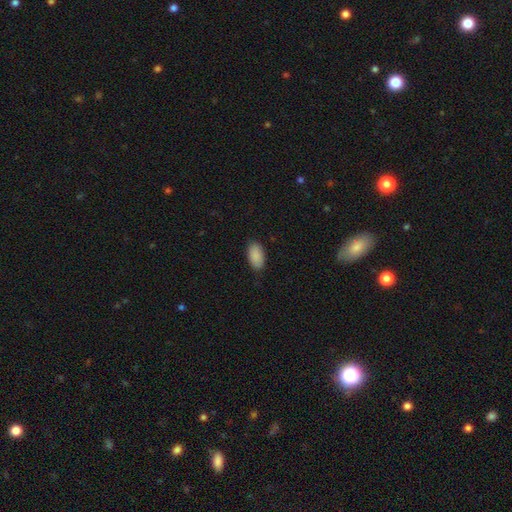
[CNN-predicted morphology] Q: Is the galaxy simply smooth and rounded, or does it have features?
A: smooth — 90%.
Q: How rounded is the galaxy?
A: in between — 95%.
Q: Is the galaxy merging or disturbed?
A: none — 85%.